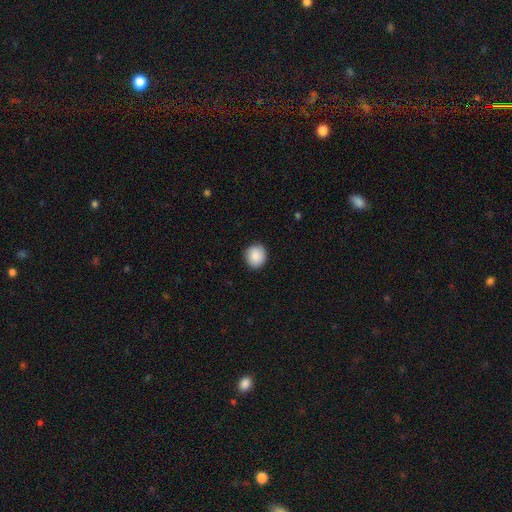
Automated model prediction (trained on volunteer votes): Smooth or featured?
  - smooth: 89% *
  - star or artifact: 7%
  - featured or disk: 4%
How rounded?
  - round: 84% *
  - in between: 15%
  - cigar-shaped: 1%
Merging?
  - none: 90% *
  - minor disturbance: 7%
  - major disturbance: 2%
  - merger: 1%